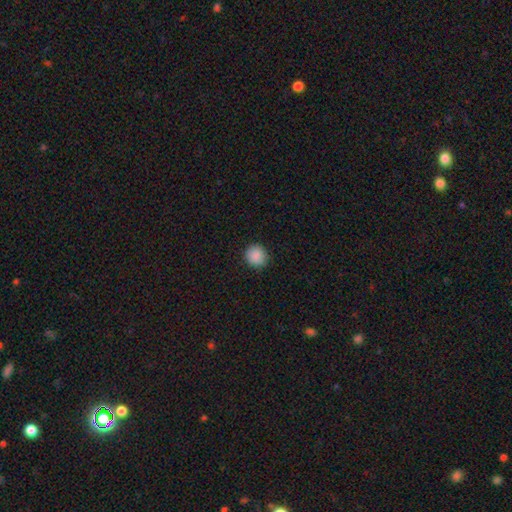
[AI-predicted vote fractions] This is clearly a smooth galaxy (89%). How rounded: clearly round (88%). Merging: clearly none (89%).